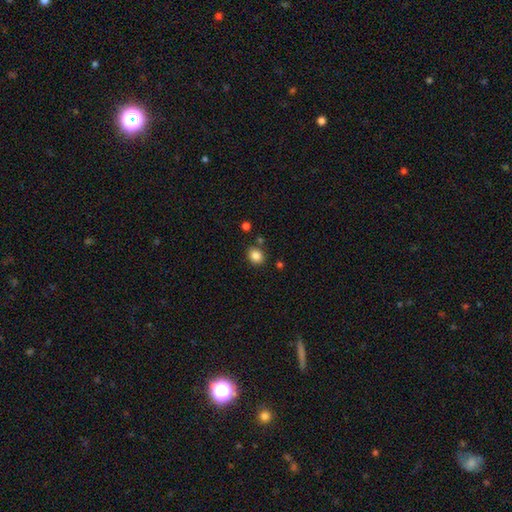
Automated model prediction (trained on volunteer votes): Smooth or featured? smooth (85%)
How rounded? round (56%)
Merging? none (82%)